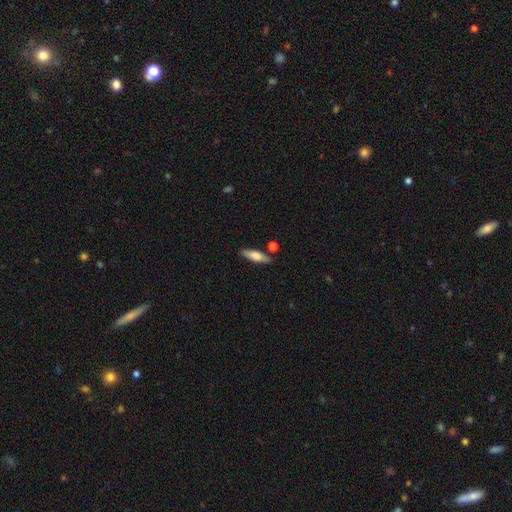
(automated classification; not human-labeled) Smooth or featured? smooth (68%)
How rounded? cigar-shaped (56%)
Merging? none (80%)